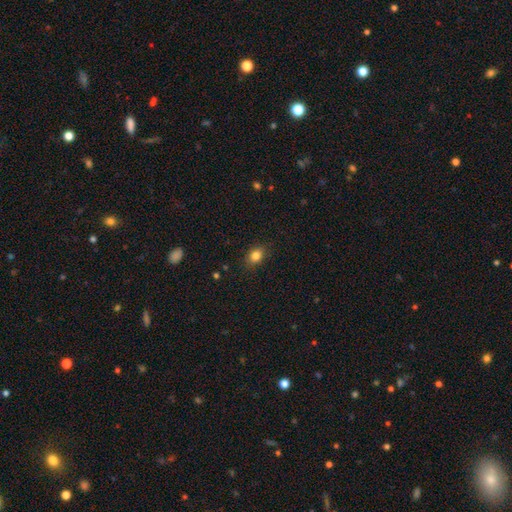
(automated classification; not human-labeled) smooth 83%, star or artifact 10%, featured or disk 7%. Down the decision tree: how rounded — in between (67%); merging — none (86%).